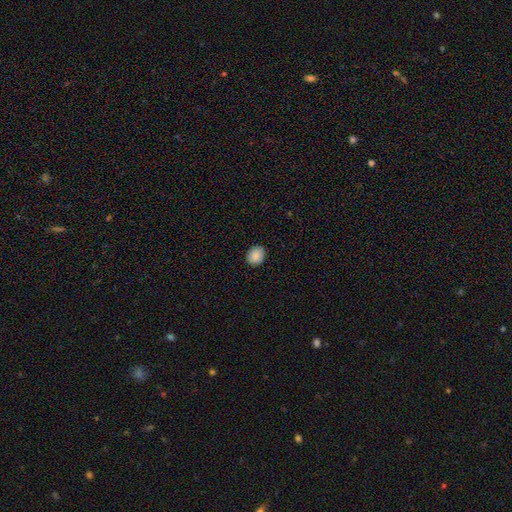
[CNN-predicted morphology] smooth 88%, star or artifact 8%, featured or disk 4%. Down the decision tree: how rounded — round (63%); merging — none (89%).